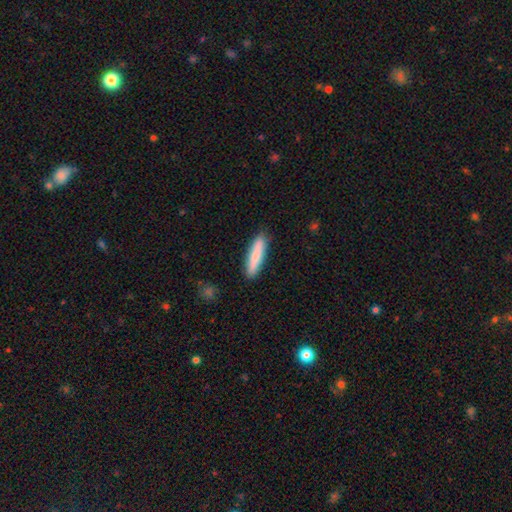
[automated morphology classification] A smooth galaxy with no disk features (77%) that is cigar-shaped (81%).

Vote fractions:
- Smooth or featured? smooth: 77% / featured or disk: 17% / star or artifact: 6%
- How rounded? cigar-shaped: 81% / in between: 18% / round: 2%
- Merging? none: 89% / minor disturbance: 8% / major disturbance: 2% / merger: 1%